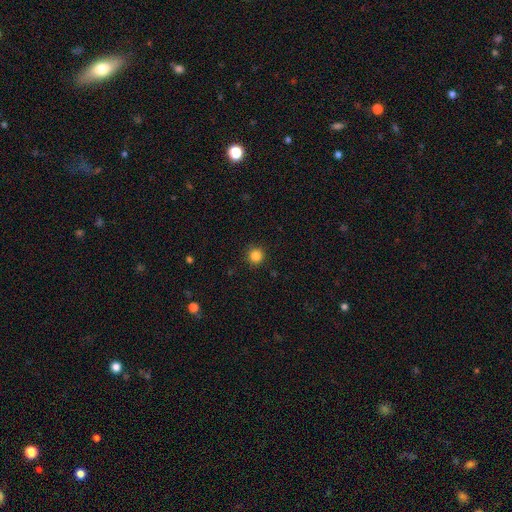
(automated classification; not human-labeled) This is clearly a smooth galaxy (84%). How rounded: clearly round (95%). Merging: clearly none (92%).